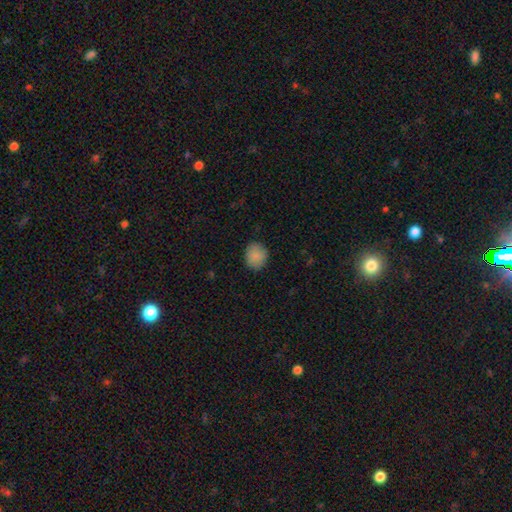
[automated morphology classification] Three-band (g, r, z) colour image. It shows a smooth galaxy with no disk features (88%) that is round (69%). Merging: none (86%).